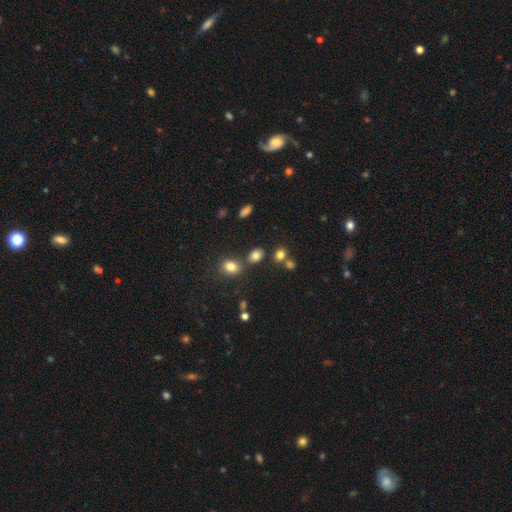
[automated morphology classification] A smooth galaxy with no disk features (79%) that is in between round and cigar-shaped (62%).

Vote fractions:
- Smooth or featured? smooth: 79% / star or artifact: 13% / featured or disk: 8%
- How rounded? in between: 62% / round: 37% / cigar-shaped: 2%
- Merging? none: 68% / merger: 17% / minor disturbance: 12% / major disturbance: 4%